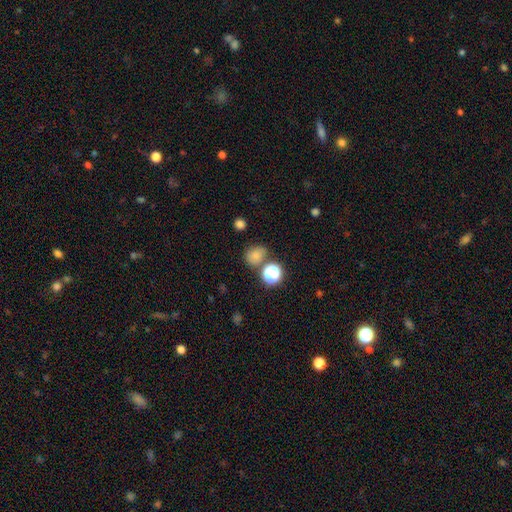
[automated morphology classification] Smooth or featured: smooth — 73% (star or artifact — 19%)
How rounded: round — 67% (in between — 32%)
Merging: none — 67% (minor disturbance — 15%)